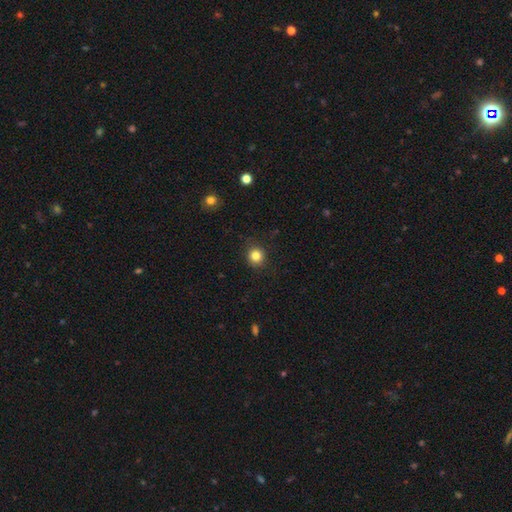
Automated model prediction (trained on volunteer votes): Smooth or featured? Predicted: smooth (p=0.83). How rounded? Predicted: round (p=0.89). Merging? Predicted: none (p=0.89).